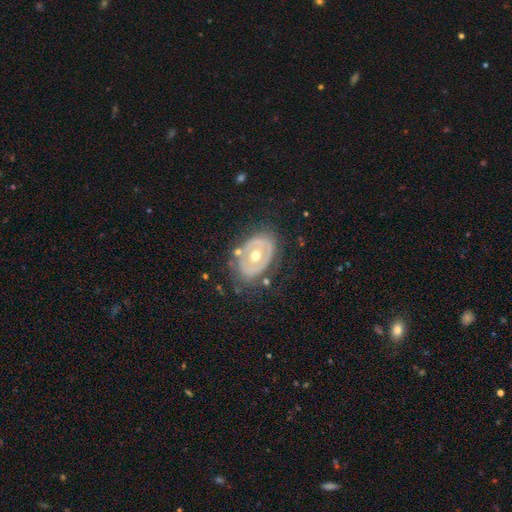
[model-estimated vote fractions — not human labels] This is likely a featured or disk galaxy (70%). It is clearly not viewed edge-on (94%). Bar: likely no (79%). Spiral arm pattern: likely no (75%). Central bulge: likely moderate (72%). Merging: likely none (70%).